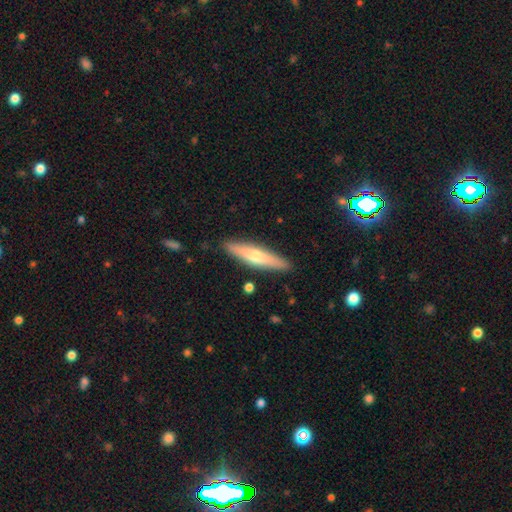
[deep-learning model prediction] Q: Smooth or featured?
A: smooth (53%); runner-up: featured or disk (42%)
Q: How rounded?
A: cigar-shaped (83%); runner-up: in between (16%)
Q: Merging?
A: none (88%); runner-up: minor disturbance (8%)